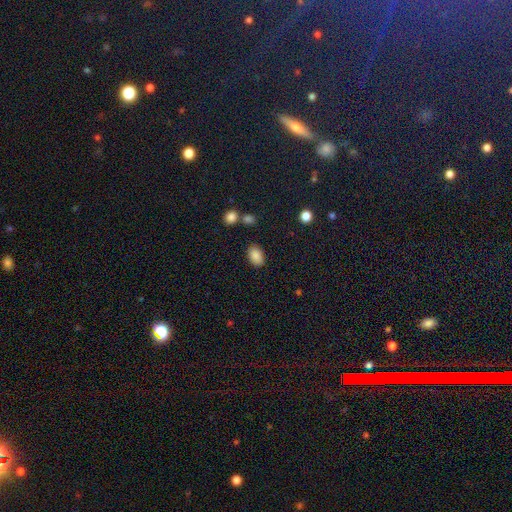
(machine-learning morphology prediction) Overall: smooth (87%). How rounded: in between (86%). Merging: none (83%).